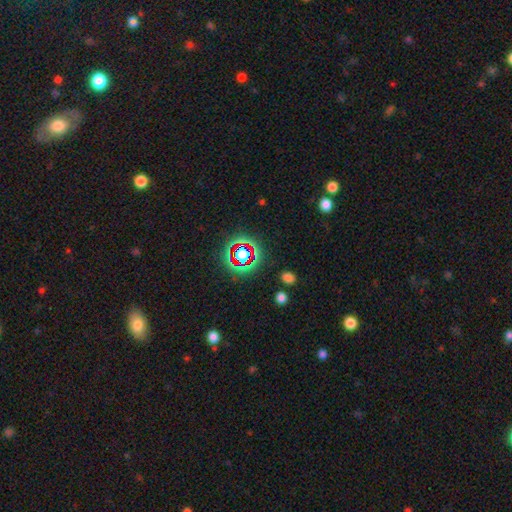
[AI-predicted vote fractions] smooth_or_featured: star or artifact (p=0.64) [alt: smooth p=0.20]